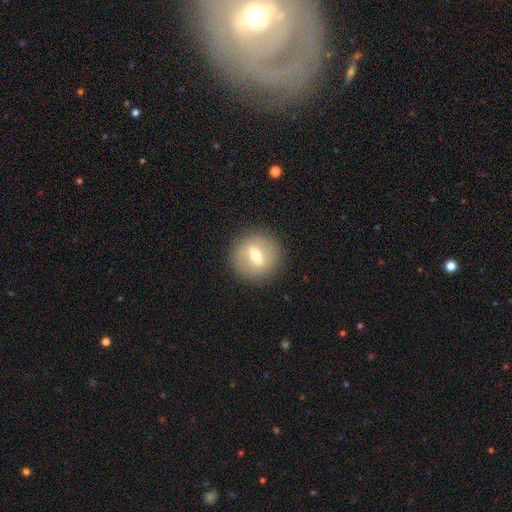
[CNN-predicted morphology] A featured or disk galaxy (49%). Merging: none (88%).